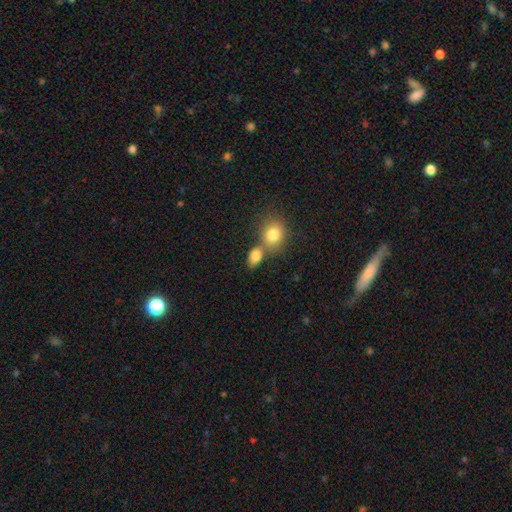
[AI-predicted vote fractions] smooth 82%, star or artifact 10%, featured or disk 8%. Down the decision tree: how rounded — in between (67%); merging — none (46%).